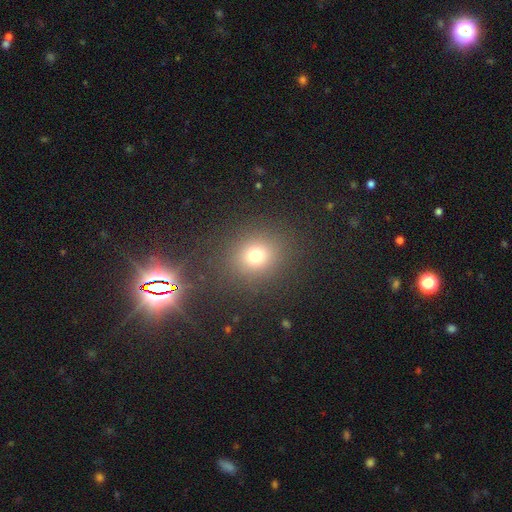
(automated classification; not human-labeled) Smooth or featured?
  - smooth: 73% *
  - star or artifact: 19%
  - featured or disk: 8%
How rounded?
  - round: 79% *
  - in between: 20%
  - cigar-shaped: 1%
Merging?
  - none: 84% *
  - minor disturbance: 8%
  - major disturbance: 5%
  - merger: 3%